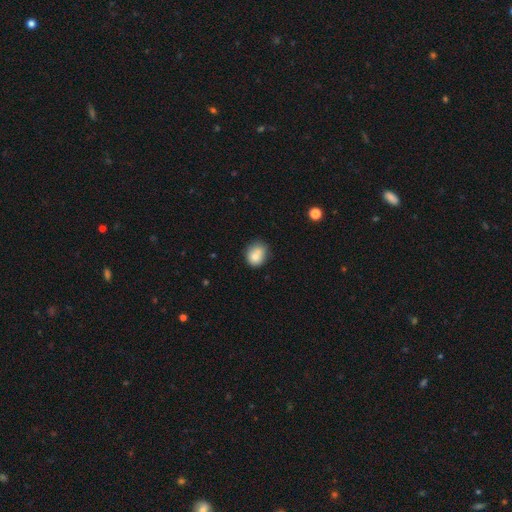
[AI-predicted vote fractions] smooth_or_featured: smooth (p=0.77) [alt: featured or disk p=0.14]
how_rounded: round (p=0.56) [alt: in between p=0.43]
merging: none (p=0.52) [alt: minor disturbance p=0.24]